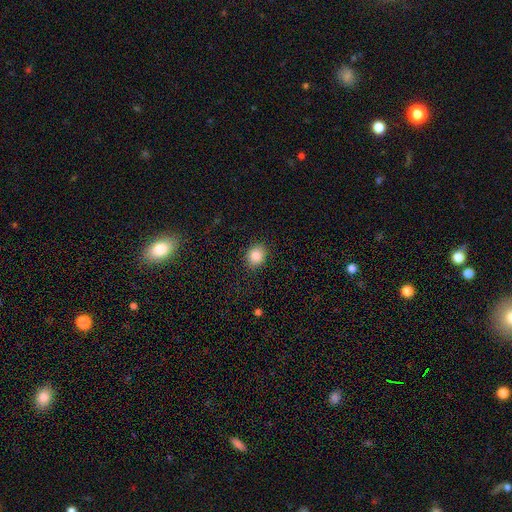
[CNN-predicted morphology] A smooth galaxy with no disk features (84%) that is round (63%). Merging: none (88%).